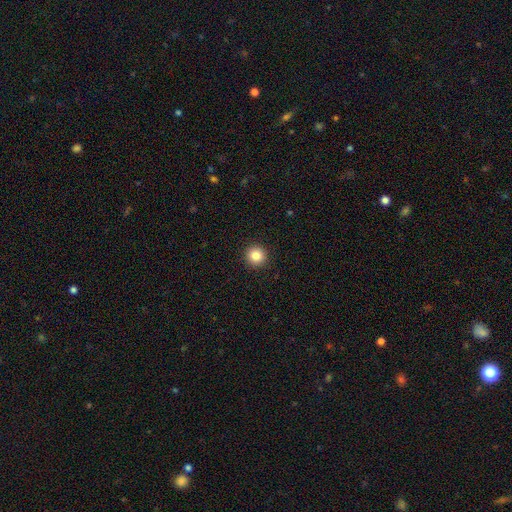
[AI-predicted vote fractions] A smooth galaxy with no disk features (85%) that is round (95%).

Vote fractions:
- Smooth or featured? smooth: 85% / star or artifact: 10% / featured or disk: 5%
- How rounded? round: 95% / in between: 4% / cigar-shaped: 1%
- Merging? none: 93% / minor disturbance: 4% / major disturbance: 2% / merger: 1%